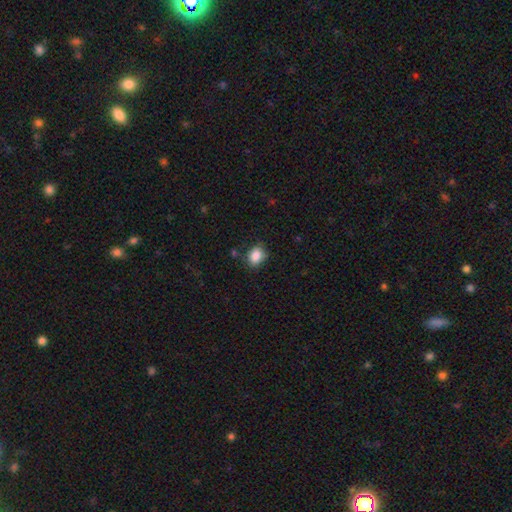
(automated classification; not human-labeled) Morphology: type=smooth (87%); roundness=in between (57%); merging=none (75%).